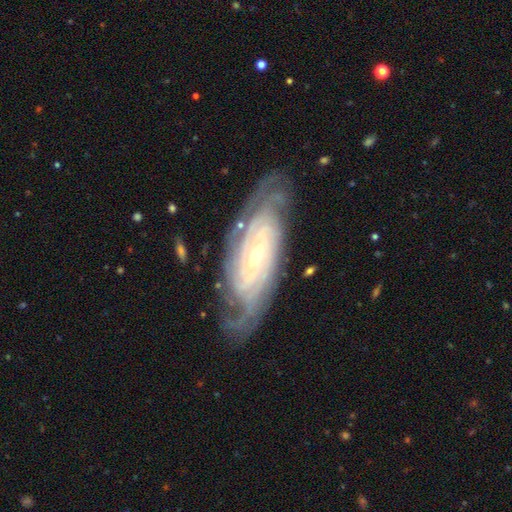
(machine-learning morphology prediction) A featured or disk galaxy (88%) with no bar (54%), tight (78%) spiral arms (97%) and a small central bulge (67%).

Vote fractions:
- Smooth or featured? featured or disk: 88% / smooth: 6% / star or artifact: 6%
- Edge-on disk? no: 90% / yes: 10%
- Bar? no: 54% / weak: 31% / strong: 15%
- Spiral arms? yes: 97% / no: 3%
- Spiral winding? tight: 78% / medium: 18% / loose: 4%
- Spiral arm count? can't tell: 34% / 4: 21% / 2: 14% / 3: 14% / more than 4: 12% / 1: 6%
- Bulge size? small: 67% / moderate: 29% / large: 2% / none: 1% / dominant: 1%
- Merging? none: 77% / minor disturbance: 16% / major disturbance: 5% / merger: 2%